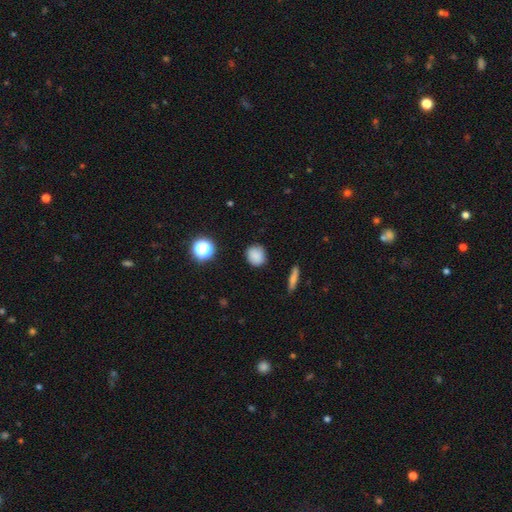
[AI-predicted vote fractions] Morphology: type=smooth (84%); roundness=round (72%); merging=none (85%).